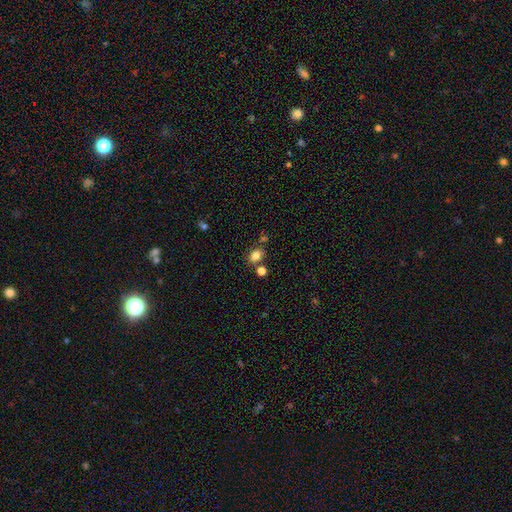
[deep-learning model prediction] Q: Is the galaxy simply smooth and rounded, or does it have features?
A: smooth — 81%.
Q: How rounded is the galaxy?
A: in between — 59%.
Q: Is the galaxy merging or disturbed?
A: none — 67%.